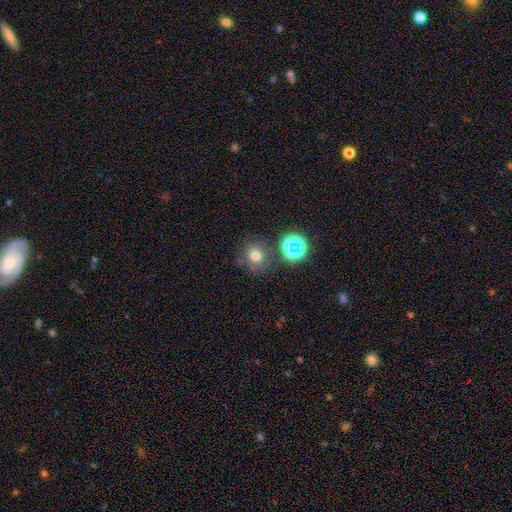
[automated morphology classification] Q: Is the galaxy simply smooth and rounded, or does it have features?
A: smooth — 68%.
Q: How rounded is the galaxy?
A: round — 90%.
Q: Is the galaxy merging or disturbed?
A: none — 77%.